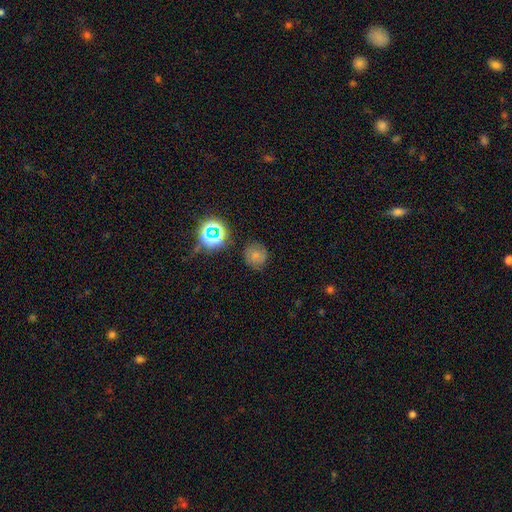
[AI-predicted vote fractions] Morphology: type=smooth (63%); roundness=round (87%); merging=none (78%).